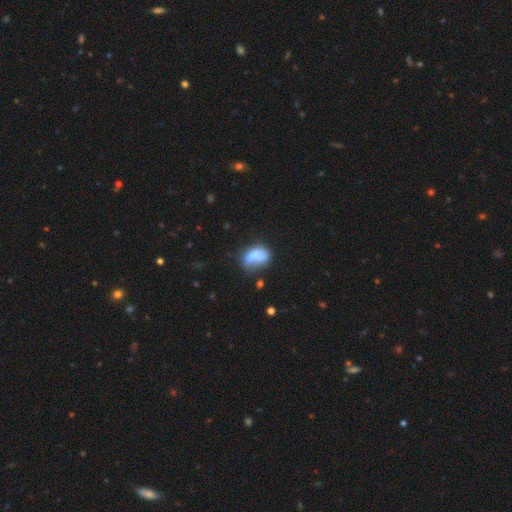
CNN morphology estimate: Smooth or featured? smooth (73%)
How rounded? in between (82%)
Merging? none (37%)